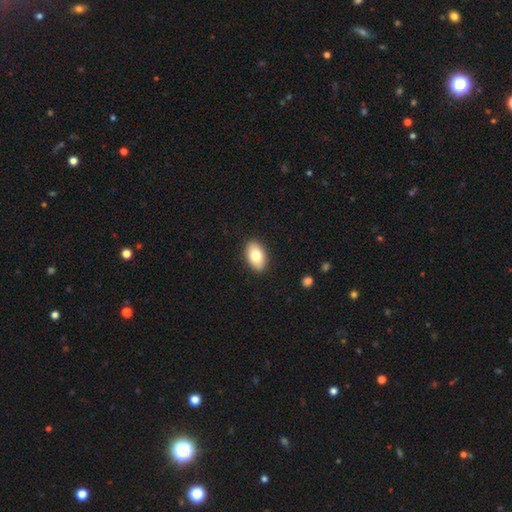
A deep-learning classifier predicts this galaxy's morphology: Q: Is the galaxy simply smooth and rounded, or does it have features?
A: smooth — 79%.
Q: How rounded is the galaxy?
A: in between — 92%.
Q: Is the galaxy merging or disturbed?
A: none — 89%.